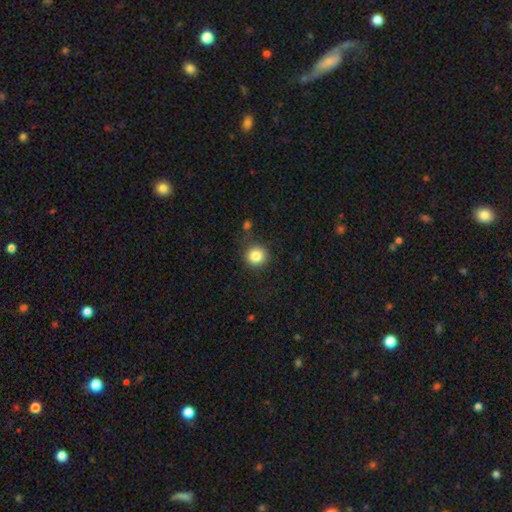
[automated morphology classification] smooth_or_featured: smooth (p=0.83) [alt: star or artifact p=0.11]
how_rounded: round (p=0.93) [alt: in between p=0.06]
merging: none (p=0.82) [alt: minor disturbance p=0.11]